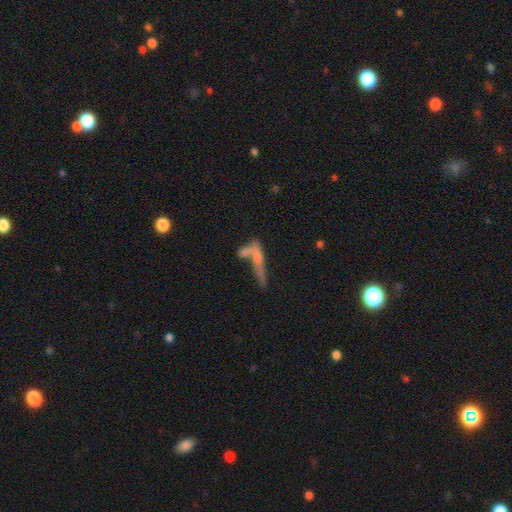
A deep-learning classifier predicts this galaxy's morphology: The model was most divided on "smooth or featured": smooth: 50%, featured or disk: 38%, star or artifact: 12%. More confident: how rounded — cigar-shaped (67%); merging — merger (53%).